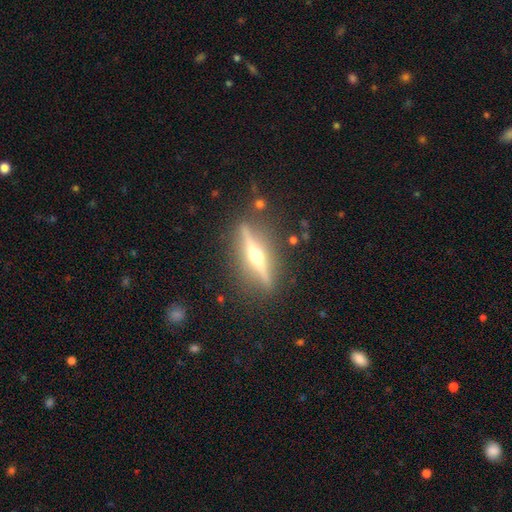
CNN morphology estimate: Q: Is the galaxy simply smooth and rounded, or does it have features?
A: featured or disk — 83%.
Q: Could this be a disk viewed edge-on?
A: yes — 97%.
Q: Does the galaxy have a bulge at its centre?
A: rounded — 96%.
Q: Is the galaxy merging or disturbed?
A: none — 88%.